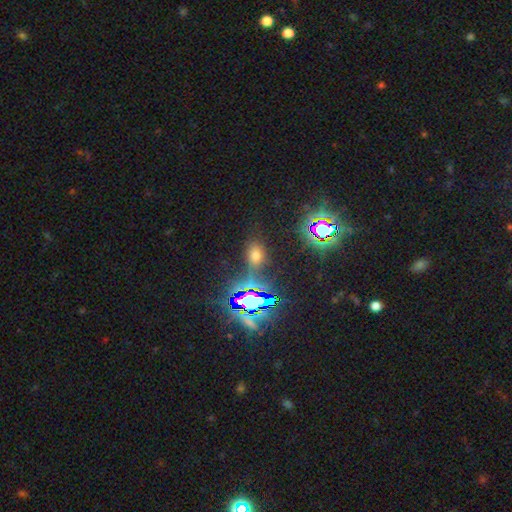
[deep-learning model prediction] A smooth galaxy with no disk features (48%).

Vote fractions:
- Smooth or featured? smooth: 48% / star or artifact: 44% / featured or disk: 9%
- Merging? none: 74% / minor disturbance: 13% / merger: 7% / major disturbance: 6%